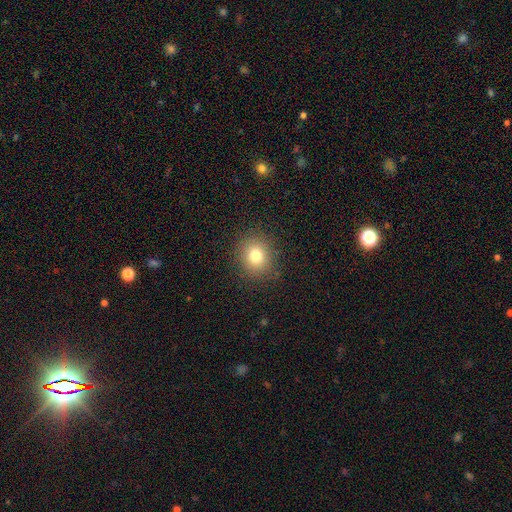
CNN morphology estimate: type=smooth (79%); roundness=round (75%); merging=none (87%).